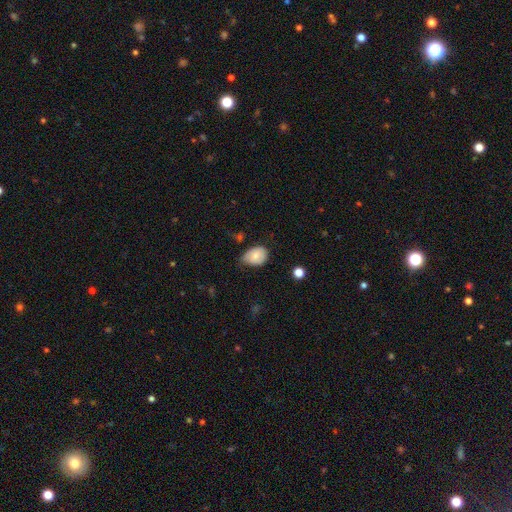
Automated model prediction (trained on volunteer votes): This is likely a smooth galaxy (77%). How rounded: likely in between (72%). Merging: possibly none (52%).